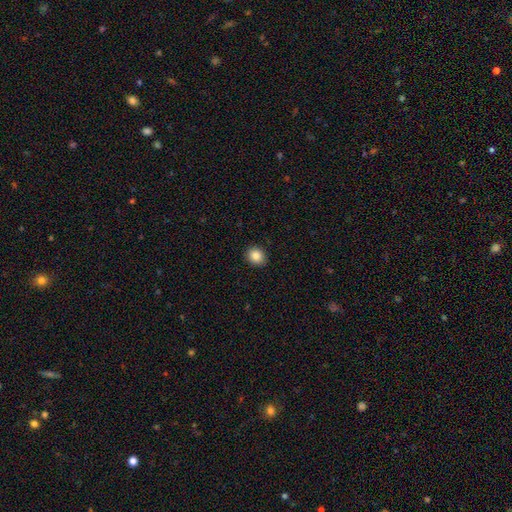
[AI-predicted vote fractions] A smooth galaxy with no disk features (86%) that is round (68%). Merging: none (91%).